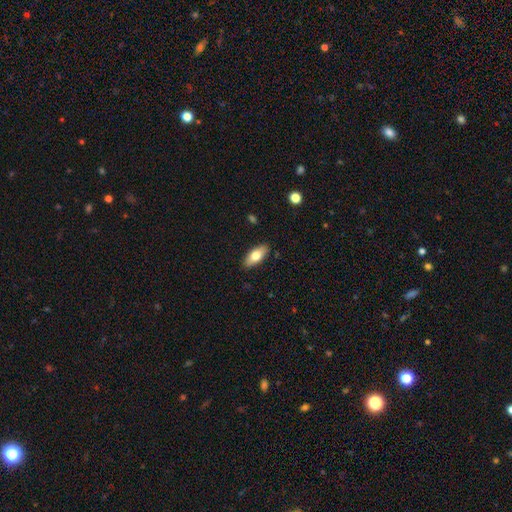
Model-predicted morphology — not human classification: Smooth or featured: smooth — 73% (featured or disk — 21%)
How rounded: in between — 83% (cigar-shaped — 14%)
Merging: none — 88% (minor disturbance — 9%)